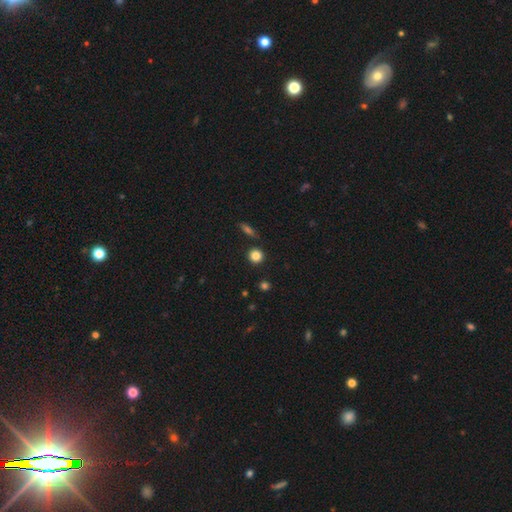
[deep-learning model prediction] Smooth or featured: smooth — 84% (star or artifact — 11%)
How rounded: round — 92% (in between — 6%)
Merging: none — 89% (minor disturbance — 6%)